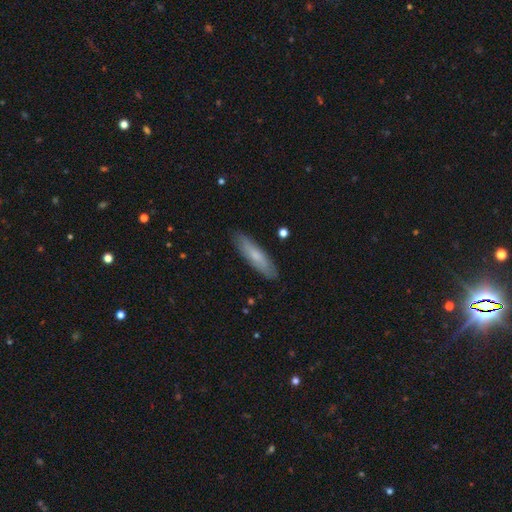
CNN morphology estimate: smooth_or_featured: smooth (p=0.66) [alt: featured or disk p=0.28]
how_rounded: cigar-shaped (p=0.74) [alt: in between p=0.24]
merging: none (p=0.87) [alt: minor disturbance p=0.10]